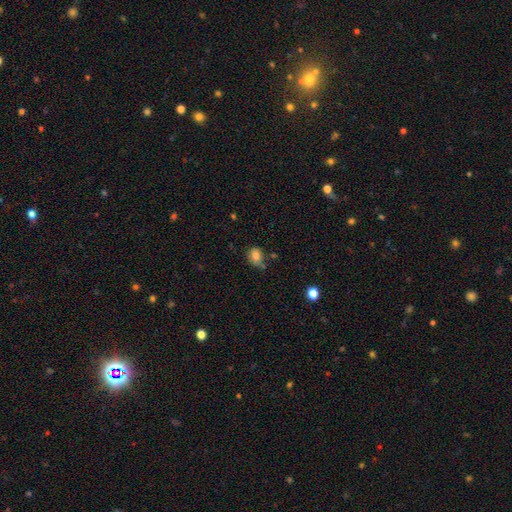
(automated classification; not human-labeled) A smooth galaxy with no disk features (79%) that is round (50%). Merging: none (59%).